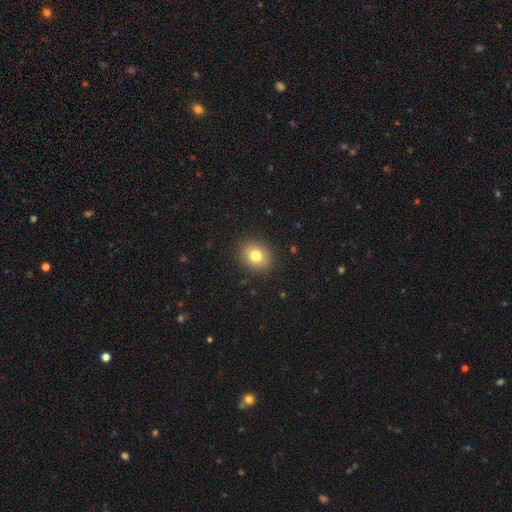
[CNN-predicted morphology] Smooth or featured?
  - smooth: 79% *
  - star or artifact: 11%
  - featured or disk: 10%
How rounded?
  - round: 67% *
  - in between: 32%
  - cigar-shaped: 1%
Merging?
  - none: 89% *
  - minor disturbance: 7%
  - major disturbance: 2%
  - merger: 1%